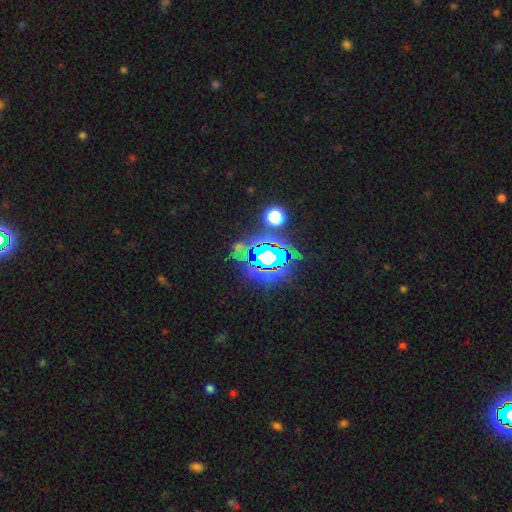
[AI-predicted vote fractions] Smooth or featured: star or artifact — 73% (smooth — 14%)